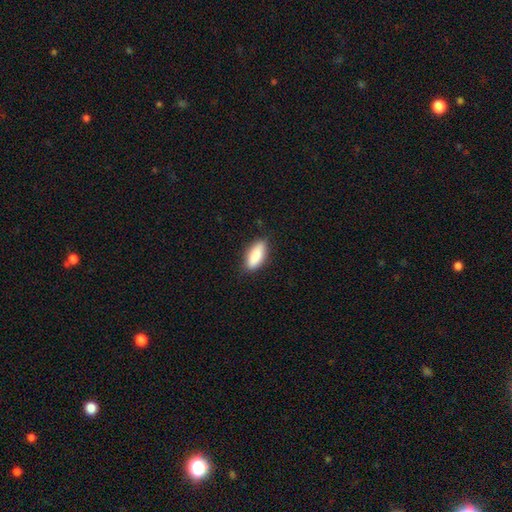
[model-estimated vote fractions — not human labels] A smooth galaxy with no disk features (88%) that is in between round and cigar-shaped (81%). Merging: none (84%).